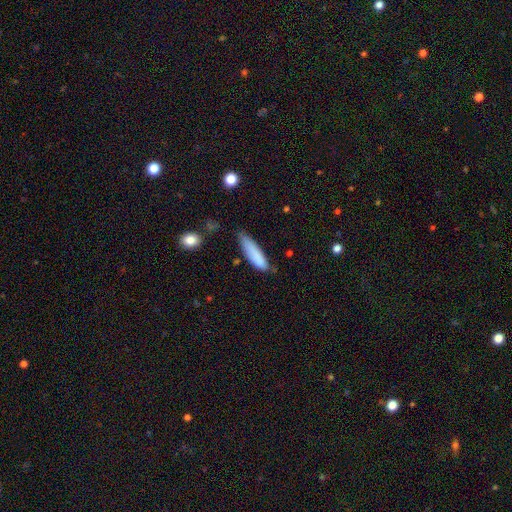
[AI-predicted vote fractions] A smooth galaxy with no disk features (83%) that is cigar-shaped (70%). Merging: none (57%).